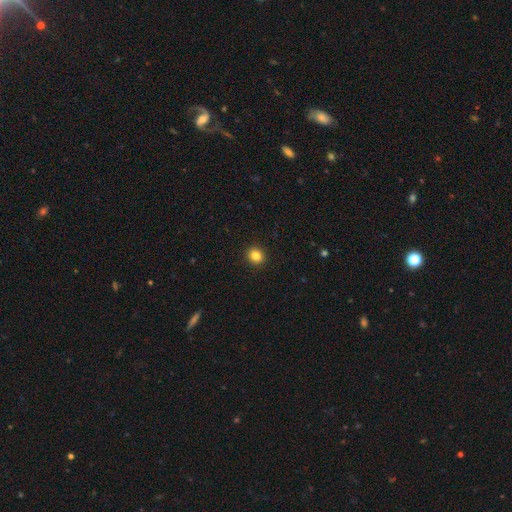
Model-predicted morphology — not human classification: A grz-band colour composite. It shows a smooth galaxy with no disk features (84%) that is round (84%). Merging: none (93%).